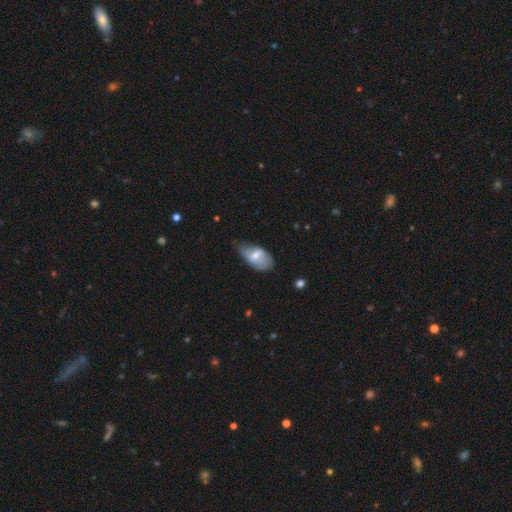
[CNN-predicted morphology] A smooth galaxy with no disk features (54%) that is in between round and cigar-shaped (92%).

Vote fractions:
- Smooth or featured? smooth: 54% / featured or disk: 39% / star or artifact: 7%
- How rounded? in between: 92% / round: 5% / cigar-shaped: 3%
- Merging? minor disturbance: 43% / none: 40% / major disturbance: 14% / merger: 3%